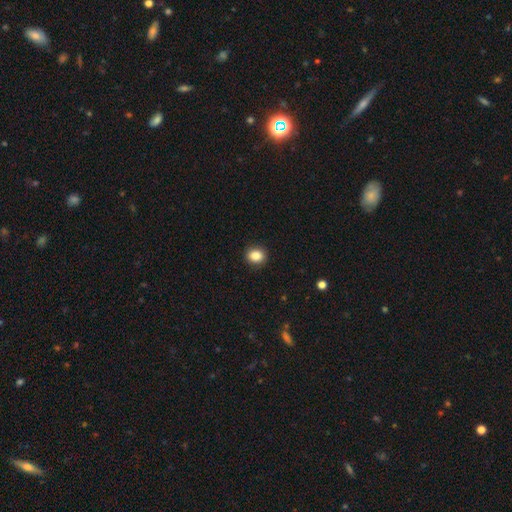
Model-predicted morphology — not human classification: Q: Smooth or featured?
A: smooth (85%); runner-up: star or artifact (10%)
Q: How rounded?
A: round (67%); runner-up: in between (32%)
Q: Merging?
A: none (91%); runner-up: minor disturbance (6%)